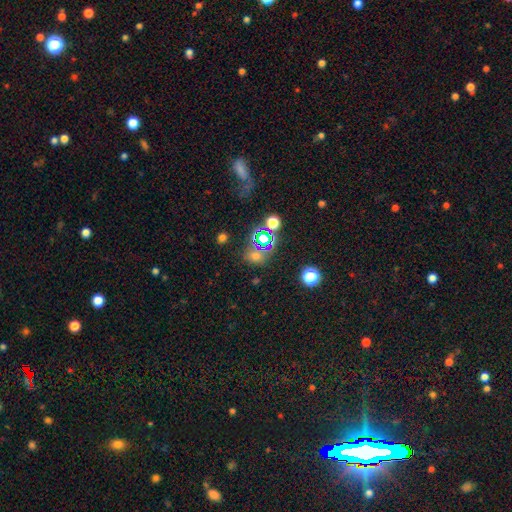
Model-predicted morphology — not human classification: The model was most divided on "smooth or featured": smooth: 51%, star or artifact: 40%, featured or disk: 9%. More confident: merging — none (71%); how rounded — round (71%).